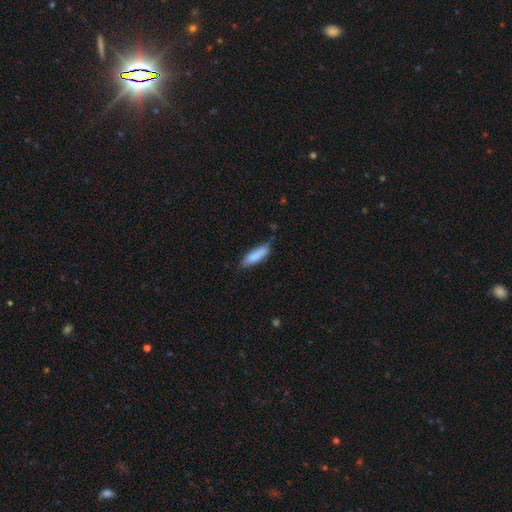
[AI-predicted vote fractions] Q: Smooth or featured?
A: smooth (82%); runner-up: featured or disk (12%)
Q: How rounded?
A: cigar-shaped (55%); runner-up: in between (43%)
Q: Merging?
A: none (71%); runner-up: minor disturbance (23%)